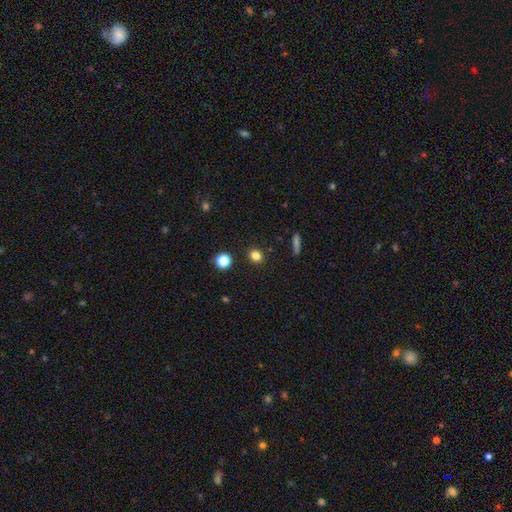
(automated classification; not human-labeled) smooth 82%, star or artifact 13%, featured or disk 5%. Down the decision tree: how rounded — round (79%); merging — none (90%).